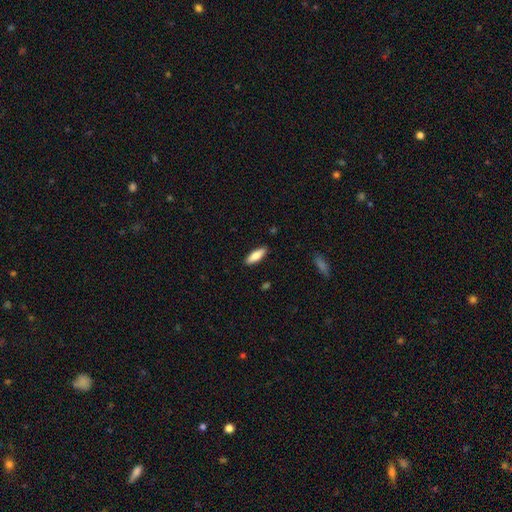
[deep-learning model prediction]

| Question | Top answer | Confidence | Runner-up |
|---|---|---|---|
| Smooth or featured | smooth | 79% | featured or disk (16%) |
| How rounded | in between | 53% | cigar-shaped (45%) |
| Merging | none | 88% | minor disturbance (9%) |